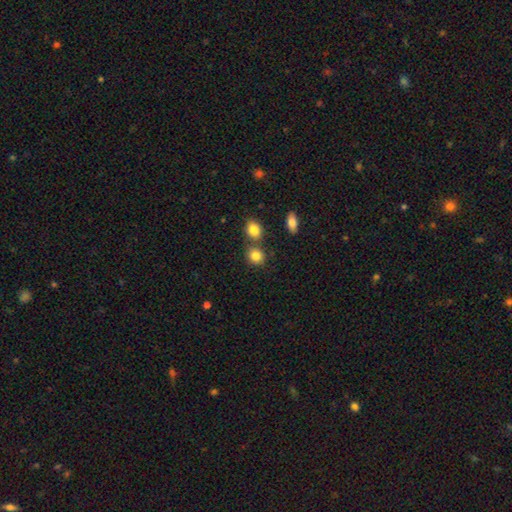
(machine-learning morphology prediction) Q: Smooth or featured?
A: smooth (84%); runner-up: star or artifact (10%)
Q: How rounded?
A: round (76%); runner-up: in between (23%)
Q: Merging?
A: none (63%); runner-up: merger (25%)